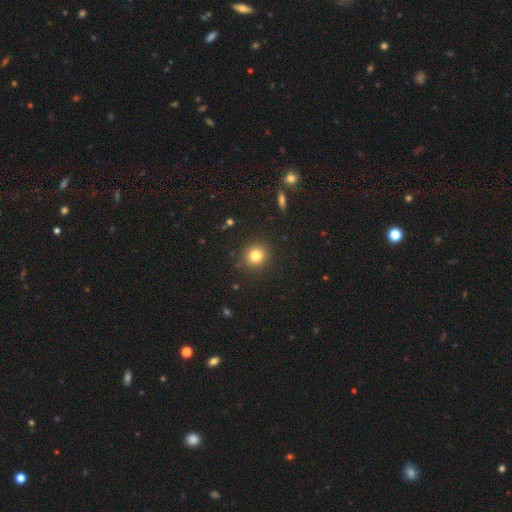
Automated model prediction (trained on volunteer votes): This appears to be a smooth galaxy with no disk features (80%) that is round (90%). Merging: none (91%).